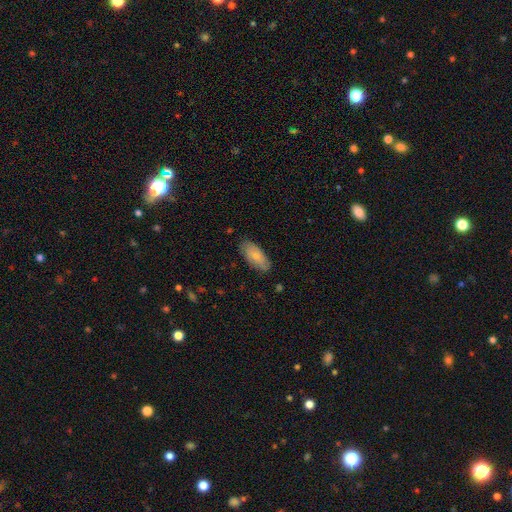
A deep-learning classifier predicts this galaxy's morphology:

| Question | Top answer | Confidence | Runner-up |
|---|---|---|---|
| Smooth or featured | smooth | 70% | featured or disk (24%) |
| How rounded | in between | 89% | cigar-shaped (8%) |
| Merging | none | 80% | minor disturbance (16%) |